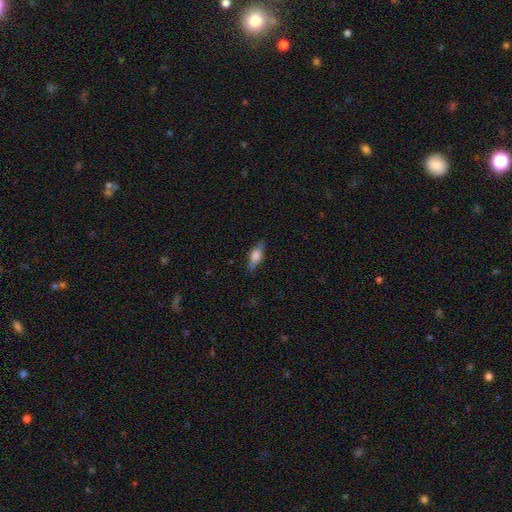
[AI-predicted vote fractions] This appears to be a smooth galaxy with no disk features (57%) that is in between round and cigar-shaped (66%). Merging: none (81%).